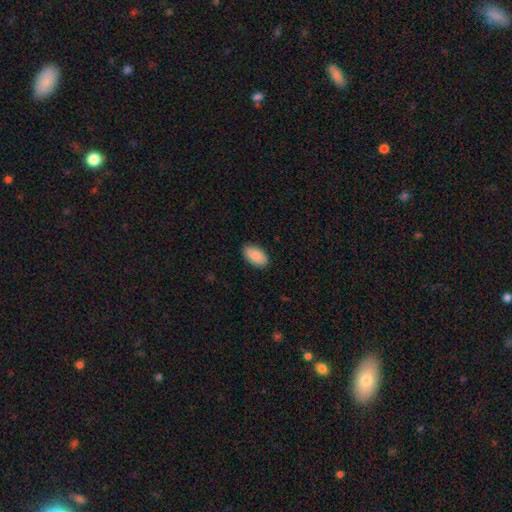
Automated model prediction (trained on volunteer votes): Morphology: type=smooth (89%); roundness=in between (95%); merging=none (86%).